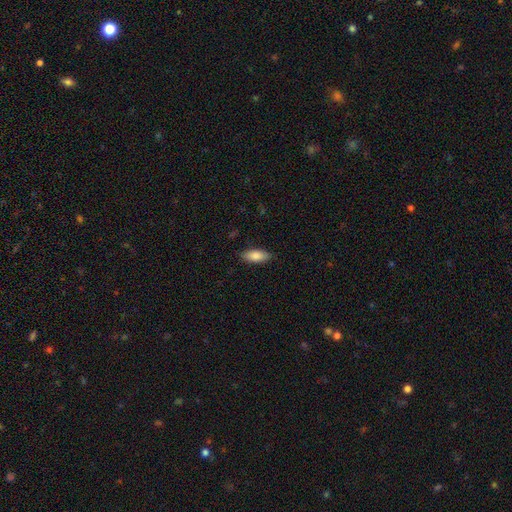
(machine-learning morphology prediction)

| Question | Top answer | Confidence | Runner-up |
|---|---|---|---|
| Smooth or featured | smooth | 85% | featured or disk (9%) |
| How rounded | in between | 84% | cigar-shaped (14%) |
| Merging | none | 87% | minor disturbance (10%) |